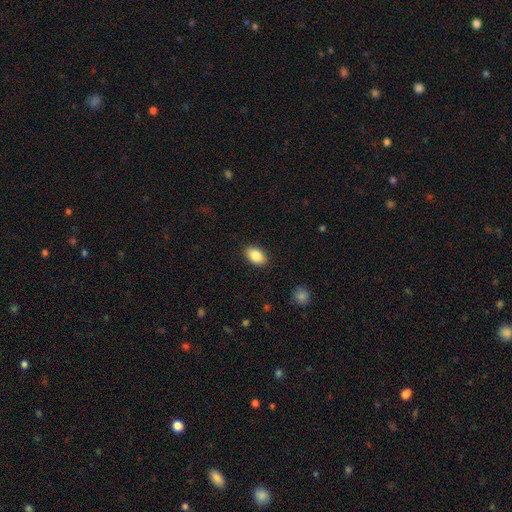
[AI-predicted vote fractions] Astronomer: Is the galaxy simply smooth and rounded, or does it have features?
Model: smooth — 86%.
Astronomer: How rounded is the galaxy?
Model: in between — 91%.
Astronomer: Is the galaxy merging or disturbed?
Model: none — 88%.